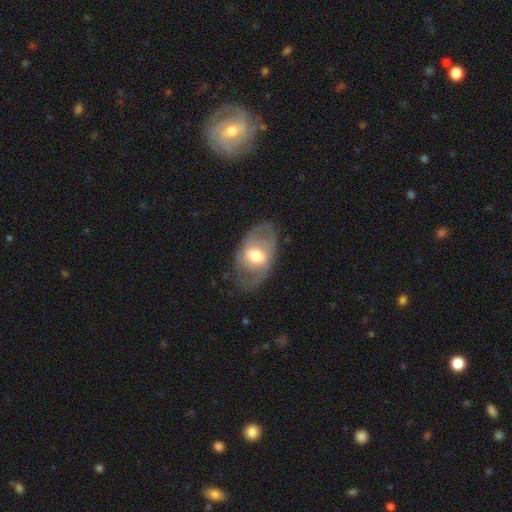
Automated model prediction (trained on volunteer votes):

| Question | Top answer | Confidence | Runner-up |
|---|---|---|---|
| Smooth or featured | featured or disk | 61% | smooth (33%) |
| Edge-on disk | no | 92% | yes (8%) |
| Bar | weak | 43% | no (34%) |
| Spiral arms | yes | 54% | no (46%) |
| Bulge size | moderate | 65% | large (22%) |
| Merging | none | 70% | minor disturbance (19%) |